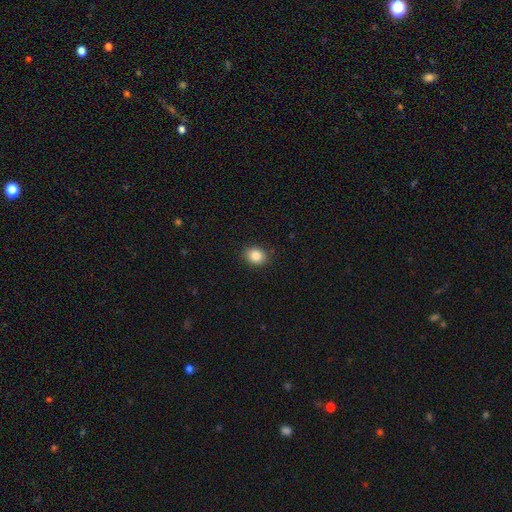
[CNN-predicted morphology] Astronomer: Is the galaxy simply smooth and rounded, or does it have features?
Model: smooth — 85%.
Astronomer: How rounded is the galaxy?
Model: round — 56% (runner-up: in between, 43%).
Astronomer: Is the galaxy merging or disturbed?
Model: none — 89%.